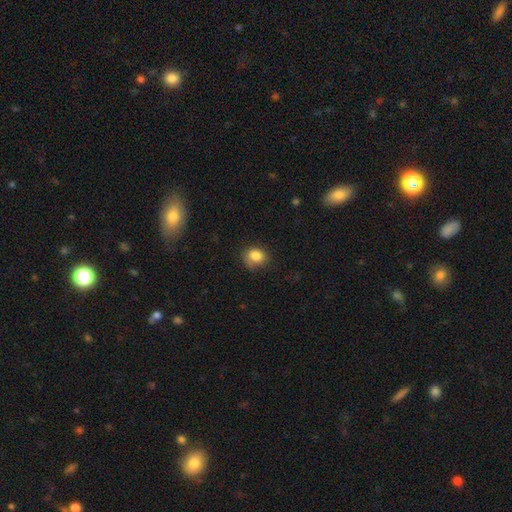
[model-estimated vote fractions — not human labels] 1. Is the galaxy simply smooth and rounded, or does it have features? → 83% smooth, 10% star or artifact, 8% featured or disk.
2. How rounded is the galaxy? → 59% round, 40% in between, 1% cigar-shaped.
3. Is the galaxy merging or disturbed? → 65% none, 25% minor disturbance, 8% major disturbance, 2% merger.